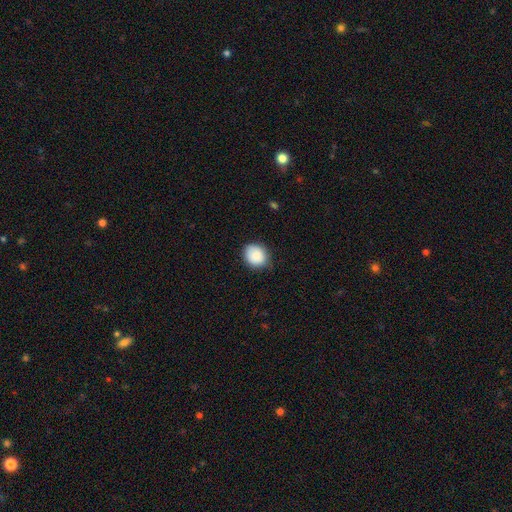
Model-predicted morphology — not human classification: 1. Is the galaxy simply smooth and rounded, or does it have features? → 88% smooth, 7% star or artifact, 5% featured or disk.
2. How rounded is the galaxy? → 70% round, 29% in between, 1% cigar-shaped.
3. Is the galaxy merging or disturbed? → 78% none, 18% minor disturbance, 3% major disturbance, 1% merger.